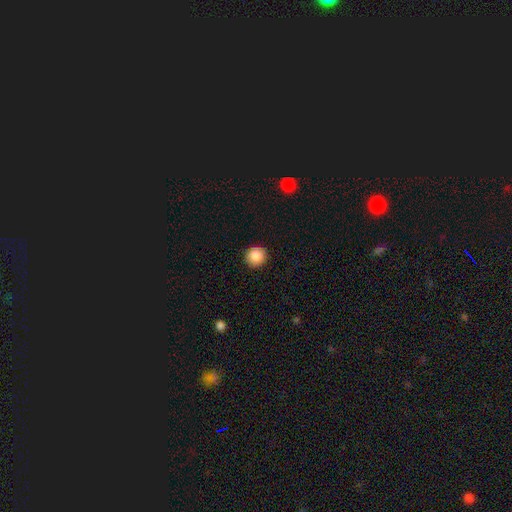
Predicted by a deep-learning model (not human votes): A smooth galaxy with no disk features (88%) that is round (94%). Merging: none (92%).